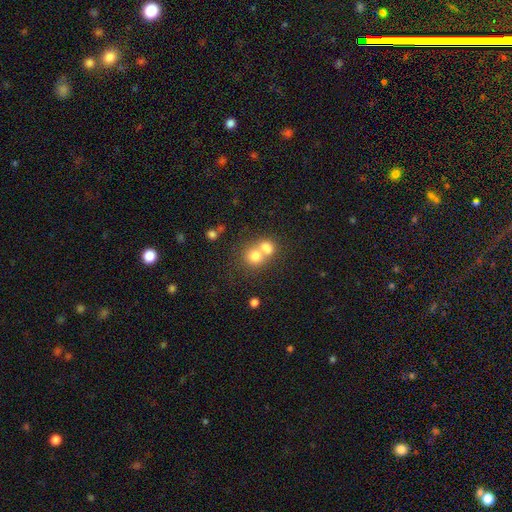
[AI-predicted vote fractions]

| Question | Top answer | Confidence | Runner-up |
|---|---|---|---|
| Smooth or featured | smooth | 71% | featured or disk (17%) |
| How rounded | round | 77% | in between (22%) |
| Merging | merger | 60% | none (31%) |